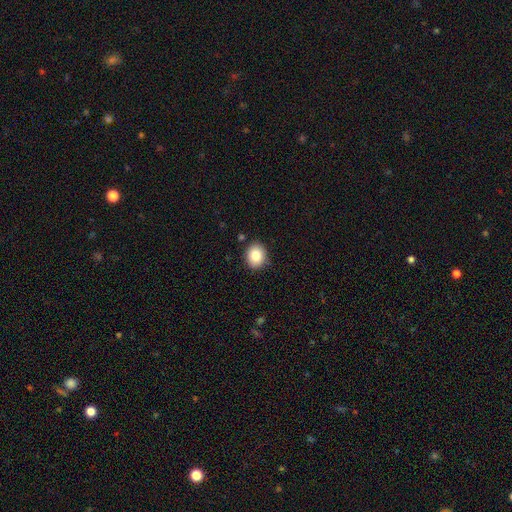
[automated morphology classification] smooth-or-featured: smooth: 85% | star or artifact: 9% | featured or disk: 7%
  how-rounded: round: 61% | in between: 38% | cigar-shaped: 1%
  merging: none: 86% | minor disturbance: 10% | major disturbance: 2% | merger: 2%